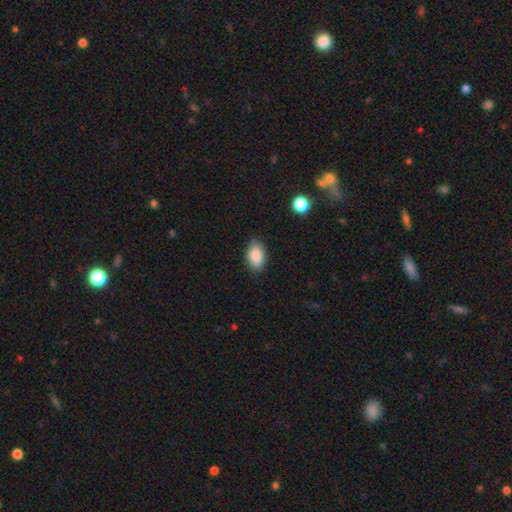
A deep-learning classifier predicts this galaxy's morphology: This appears to be a smooth galaxy with no disk features (89%) that is in between round and cigar-shaped (90%). Merging: none (84%).